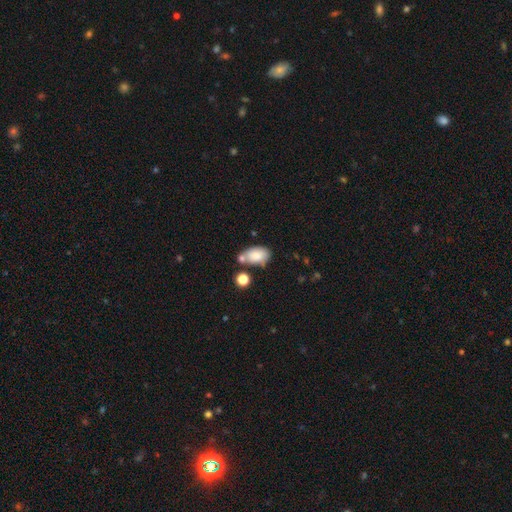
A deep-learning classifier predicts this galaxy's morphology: A smooth galaxy with no disk features (81%) that is in between round and cigar-shaped (90%).

Vote fractions:
- Smooth or featured? smooth: 81% / featured or disk: 10% / star or artifact: 8%
- How rounded? in between: 90% / round: 9% / cigar-shaped: 2%
- Merging? none: 48% / merger: 25% / minor disturbance: 20% / major disturbance: 7%